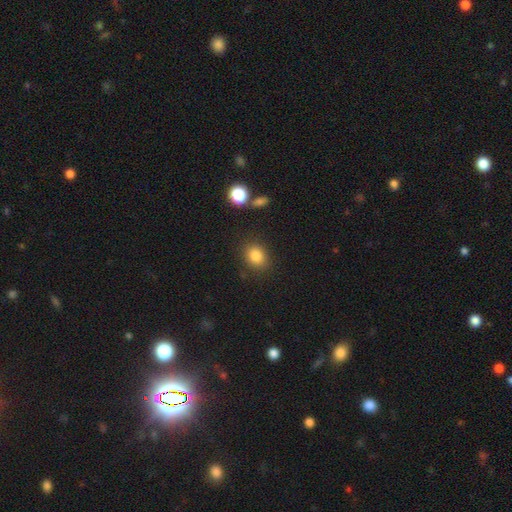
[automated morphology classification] smooth 84%, star or artifact 10%, featured or disk 6%. Down the decision tree: how rounded — round (53%); merging — none (83%).